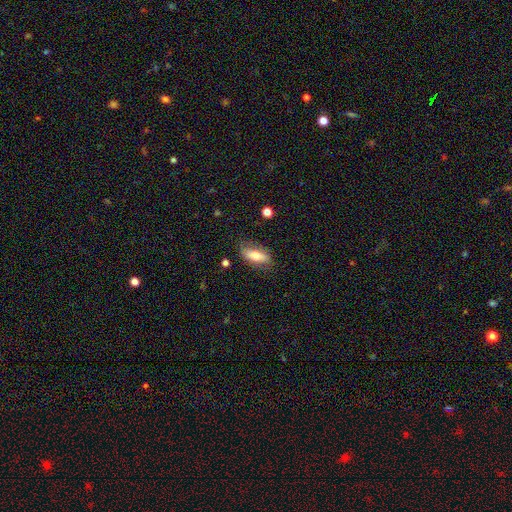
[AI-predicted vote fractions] A smooth galaxy with no disk features (67%) that is in between round and cigar-shaped (77%). Merging: none (73%).